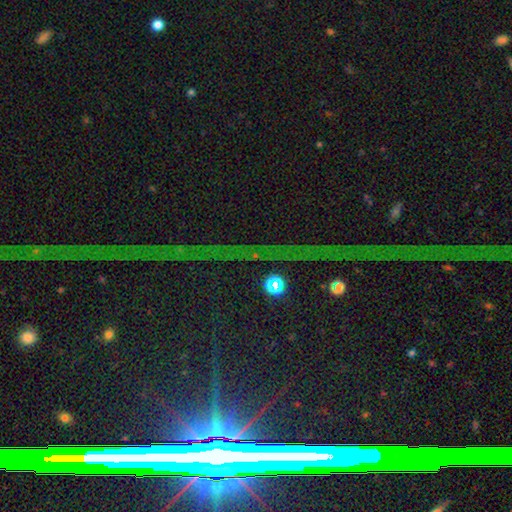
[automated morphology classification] A star or artifact, not a galaxy (71%).